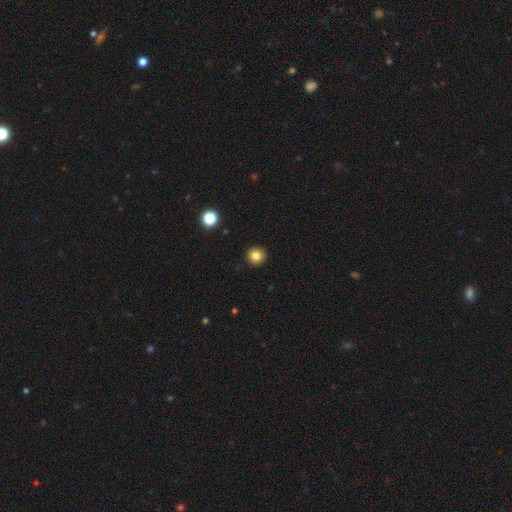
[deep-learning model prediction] smooth-or-featured: smooth: 83% | star or artifact: 11% | featured or disk: 6%
  how-rounded: round: 93% | in between: 6% | cigar-shaped: 1%
  merging: none: 92% | minor disturbance: 5% | major disturbance: 2% | merger: 1%